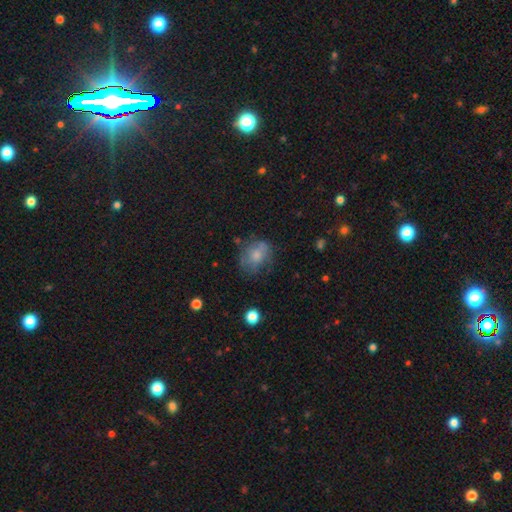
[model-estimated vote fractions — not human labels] smooth 57%, featured or disk 29%, star or artifact 14%. Down the decision tree: how rounded — round (54%); merging — none (57%).